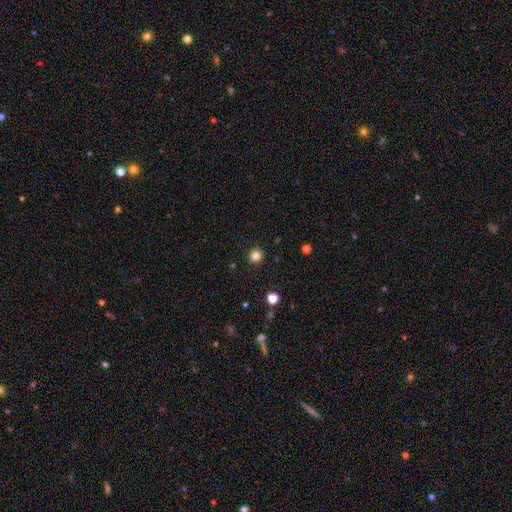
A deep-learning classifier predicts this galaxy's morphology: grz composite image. It shows a smooth galaxy with no disk features (83%) that is round (95%). Merging: none (93%).